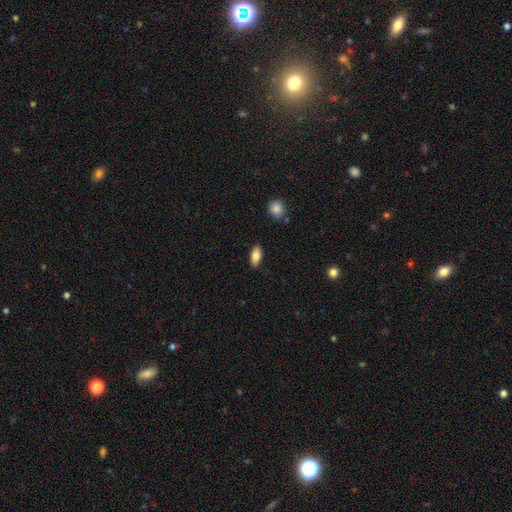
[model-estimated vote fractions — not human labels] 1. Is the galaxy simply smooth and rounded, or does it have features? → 82% smooth, 11% featured or disk, 7% star or artifact.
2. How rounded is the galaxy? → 88% in between, 10% cigar-shaped, 3% round.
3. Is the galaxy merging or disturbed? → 88% none, 9% minor disturbance, 2% major disturbance, 1% merger.